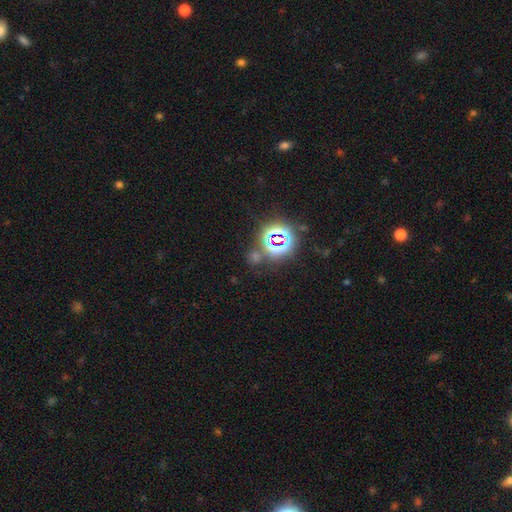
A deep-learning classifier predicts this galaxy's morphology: This appears to be a star or artifact, not a galaxy (71%).